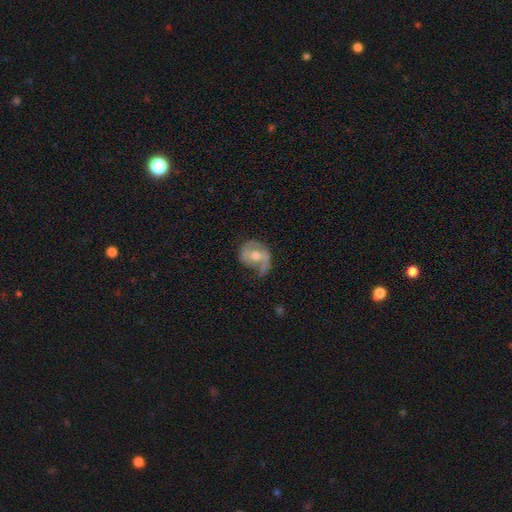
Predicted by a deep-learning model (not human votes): smooth-or-featured: featured or disk: 74% | smooth: 19% | star or artifact: 7%
  disk-edge-on: no: 97% | yes: 3%
    bar: no: 43% | weak: 39% | strong: 17%
    has-spiral-arms: yes: 84% | no: 16%
      spiral-winding: medium: 42% | loose: 33% | tight: 25%
      spiral-arm-count: 2: 57% | 1: 30% | can't tell: 9% | 3: 2% | 4: 1% | more than 4: 1%
    bulge-size: moderate: 70% | small: 22% | large: 5% | none: 2% | dominant: 1%
  merging: none: 49% | minor disturbance: 27% | major disturbance: 22% | merger: 2%